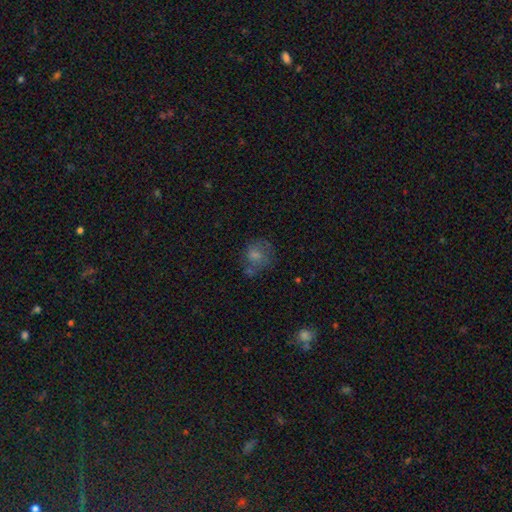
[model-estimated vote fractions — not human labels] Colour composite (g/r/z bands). It shows a smooth galaxy with no disk features (59%) that is round (70%). Merging: none (50%).